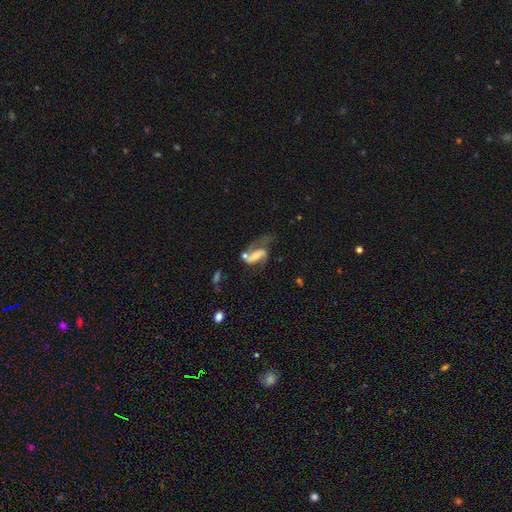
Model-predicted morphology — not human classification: Overall: featured or disk (69%). Edge-on disk: no (93%). Bar: weak (36%; no 32%). Spiral arms: yes (82%). Spiral arm count: 2 (65%; 1 25%). Spiral winding: loose (52%; medium 35%). Bulge size: small (36%; moderate 35%). Merging: major disturbance (35%; none 28%).